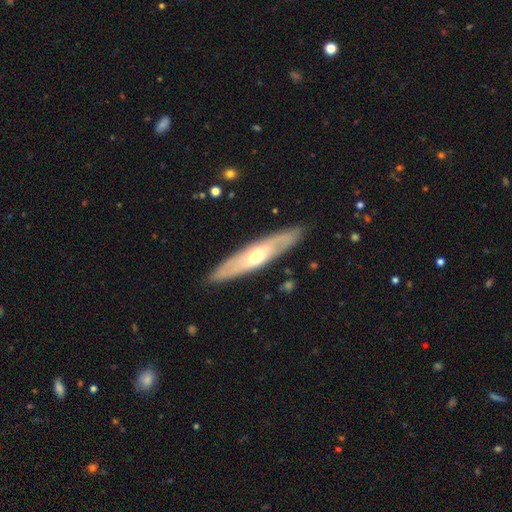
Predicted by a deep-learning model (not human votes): Smooth or featured? featured or disk (58%)
Edge-on disk? yes (56%)
Merging? none (88%)